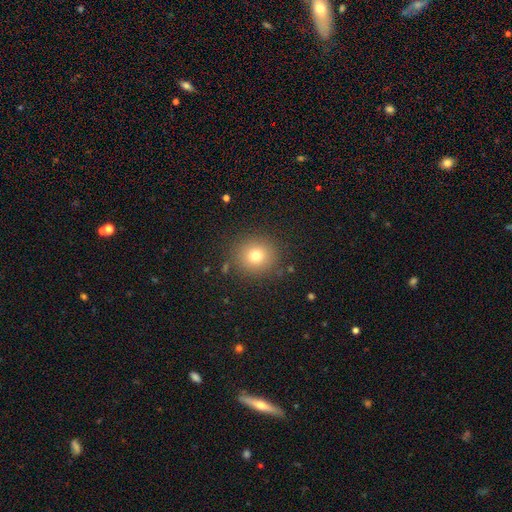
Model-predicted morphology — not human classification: type=smooth (75%); roundness=round (89%); merging=none (87%).